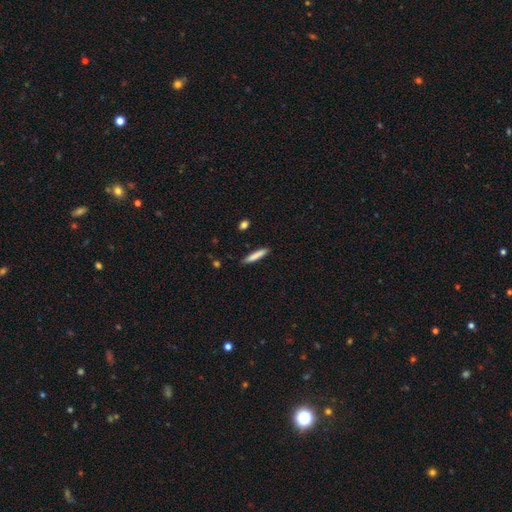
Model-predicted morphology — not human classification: Q: Smooth or featured?
A: smooth (81%); runner-up: featured or disk (13%)
Q: How rounded?
A: cigar-shaped (90%); runner-up: in between (9%)
Q: Merging?
A: none (87%); runner-up: minor disturbance (9%)